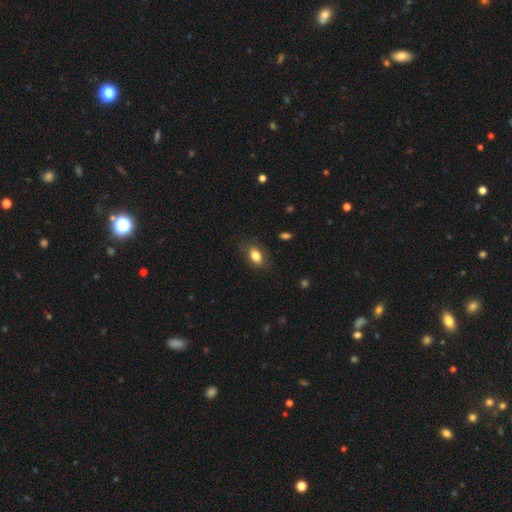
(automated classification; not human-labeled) Q: Smooth or featured?
A: smooth (80%); runner-up: featured or disk (12%)
Q: How rounded?
A: in between (86%); runner-up: round (11%)
Q: Merging?
A: none (76%); runner-up: minor disturbance (17%)